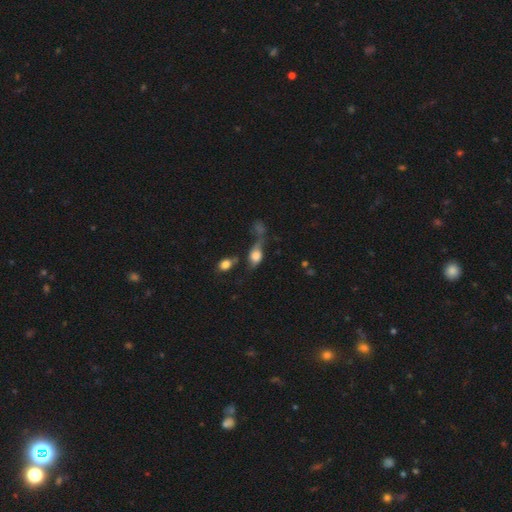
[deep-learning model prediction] smooth_or_featured: smooth (p=0.60) [alt: featured or disk p=0.27]
how_rounded: in between (p=0.63) [alt: round p=0.29]
merging: merger (p=0.31) [alt: none p=0.27]